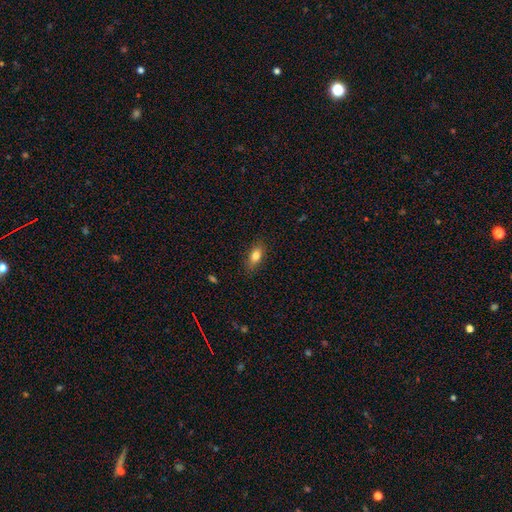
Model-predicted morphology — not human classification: smooth 81%, featured or disk 11%, star or artifact 8%. Down the decision tree: how rounded — in between (84%); merging — none (85%).